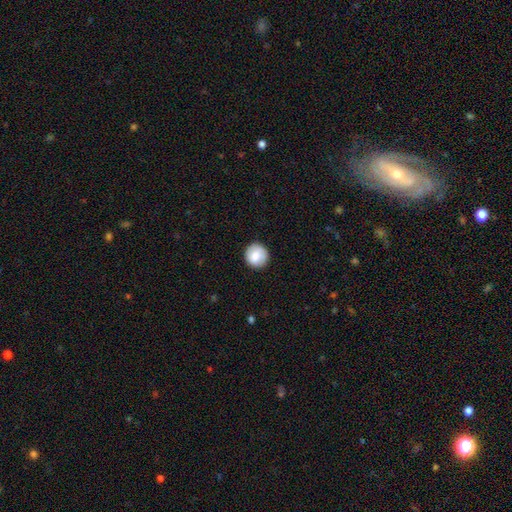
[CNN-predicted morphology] A smooth galaxy with no disk features (84%) that is round (93%). Merging: none (88%).